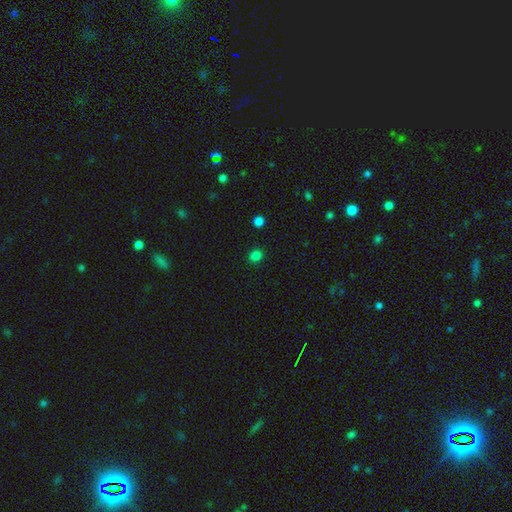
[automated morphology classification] smooth-or-featured: smooth: 82% | star or artifact: 15% | featured or disk: 3%
  how-rounded: round: 84% | in between: 15% | cigar-shaped: 1%
  merging: none: 90% | minor disturbance: 6% | major disturbance: 2% | merger: 2%